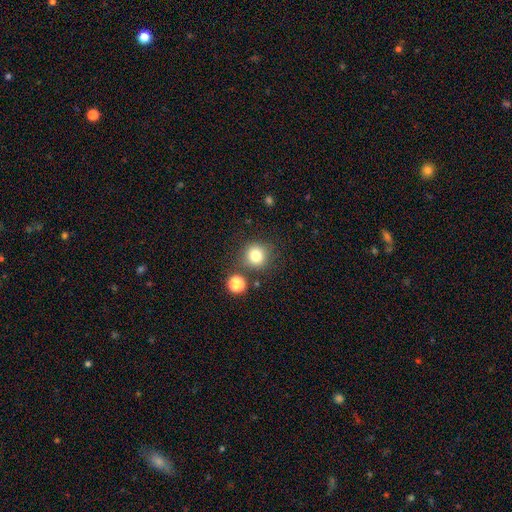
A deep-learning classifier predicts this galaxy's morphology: A smooth galaxy with no disk features (80%) that is round (92%).

Vote fractions:
- Smooth or featured? smooth: 80% / star or artifact: 13% / featured or disk: 7%
- How rounded? round: 92% / in between: 7% / cigar-shaped: 1%
- Merging? none: 79% / minor disturbance: 10% / merger: 8% / major disturbance: 3%